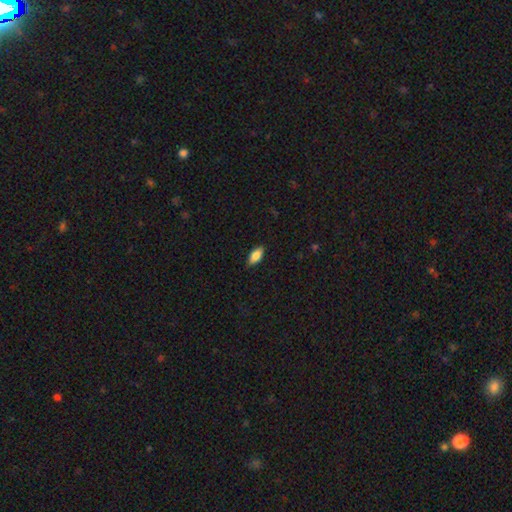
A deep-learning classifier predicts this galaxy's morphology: Smooth or featured? Predicted: smooth (p=0.81). How rounded? Predicted: in between (p=0.87). Merging? Predicted: none (p=0.86).